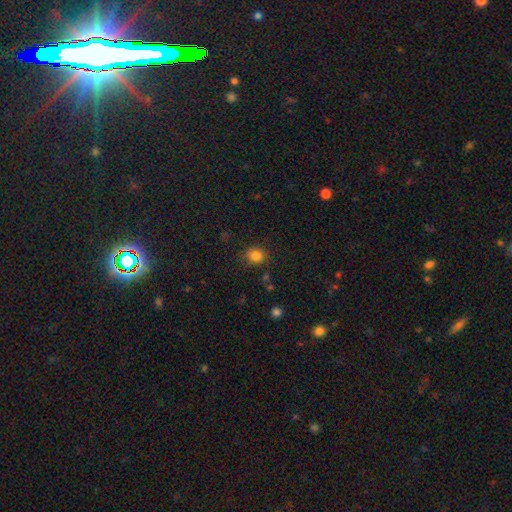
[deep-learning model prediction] A smooth galaxy with no disk features (83%) that is round (73%).

Vote fractions:
- Smooth or featured? smooth: 83% / star or artifact: 12% / featured or disk: 5%
- How rounded? round: 73% / in between: 26% / cigar-shaped: 1%
- Merging? none: 80% / minor disturbance: 14% / major disturbance: 4% / merger: 2%